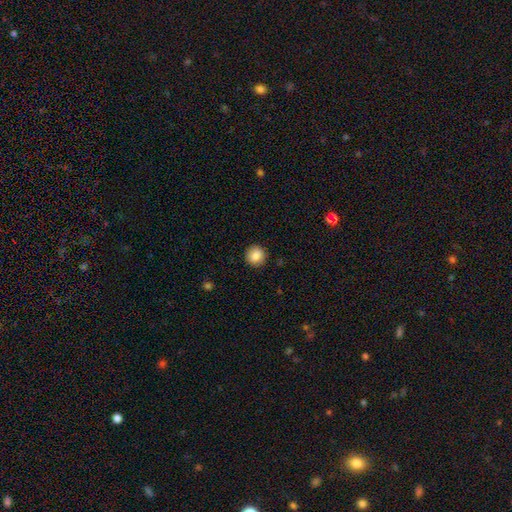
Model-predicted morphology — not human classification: Smooth or featured: smooth — 87% (star or artifact — 9%)
How rounded: round — 90% (in between — 9%)
Merging: none — 90% (minor disturbance — 7%)